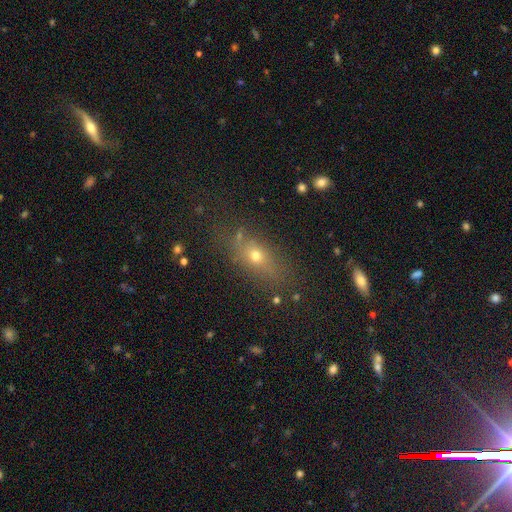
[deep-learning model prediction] Smooth or featured? smooth (60%)
How rounded? in between (60%)
Merging? none (74%)